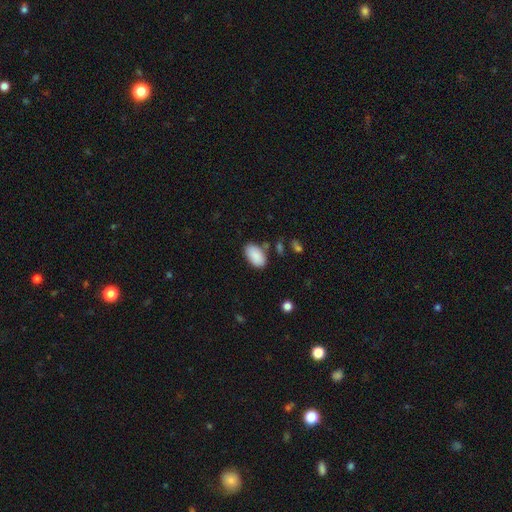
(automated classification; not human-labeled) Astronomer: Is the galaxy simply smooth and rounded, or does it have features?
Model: smooth — 89%.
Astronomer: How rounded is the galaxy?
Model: in between — 94%.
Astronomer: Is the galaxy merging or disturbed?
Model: none — 76%.